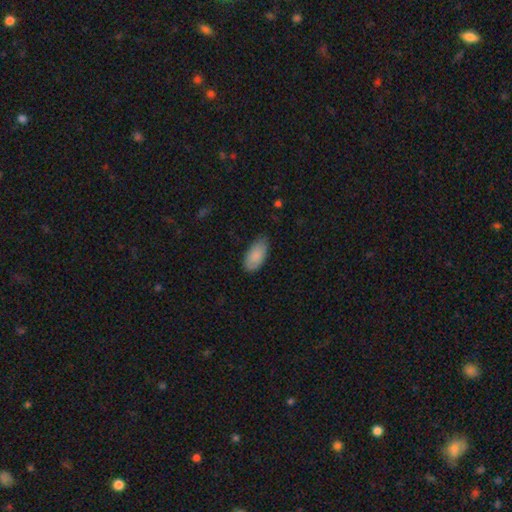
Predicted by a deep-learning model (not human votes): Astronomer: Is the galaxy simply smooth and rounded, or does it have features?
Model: smooth — 87%.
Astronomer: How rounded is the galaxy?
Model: in between — 94%.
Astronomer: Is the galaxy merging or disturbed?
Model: none — 71%.